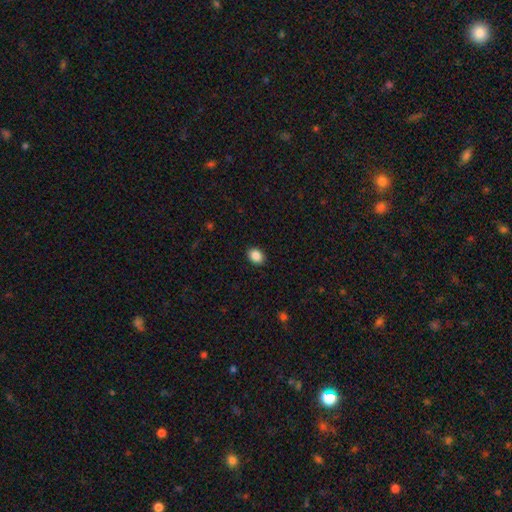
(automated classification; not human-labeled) Smooth or featured? Predicted: smooth (p=0.88). How rounded? Predicted: in between (p=0.69). Merging? Predicted: none (p=0.91).